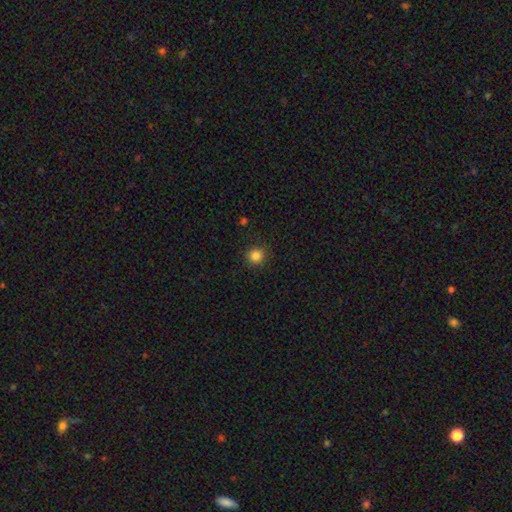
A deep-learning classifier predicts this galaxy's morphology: A smooth galaxy with no disk features (84%) that is round (92%).

Vote fractions:
- Smooth or featured? smooth: 84% / star or artifact: 12% / featured or disk: 4%
- How rounded? round: 92% / in between: 7% / cigar-shaped: 1%
- Merging? none: 90% / minor disturbance: 7% / major disturbance: 2% / merger: 1%